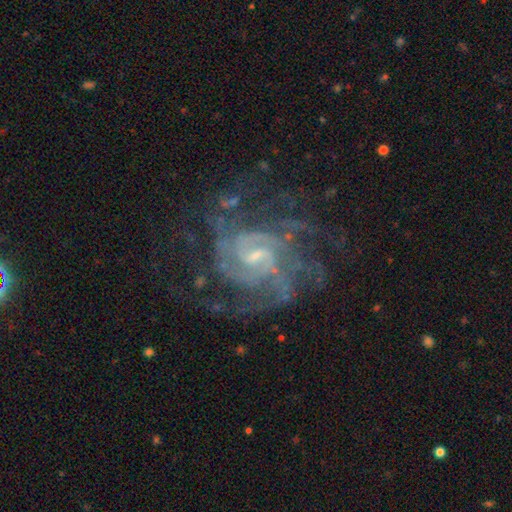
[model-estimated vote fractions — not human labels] This is clearly a featured or disk galaxy (90%). It is clearly not viewed edge-on (98%). Bar: possibly weak (57%). Spiral arm pattern: clearly yes (97%). Spiral arm count: marginally can't tell (25%). Spiral winding: possibly tight (53%). Central bulge: likely small (62%). Merging: likely none (66%).